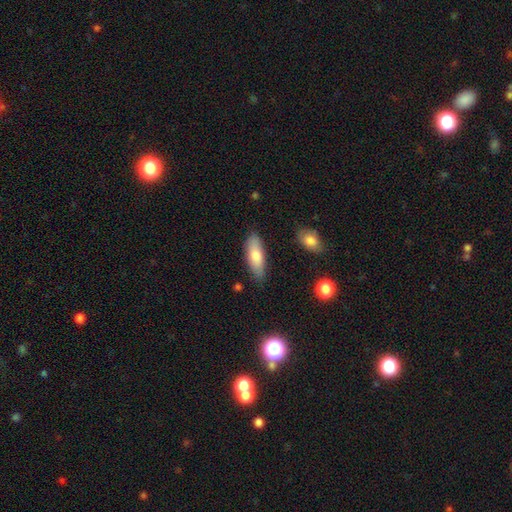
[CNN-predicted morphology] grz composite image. It shows a smooth galaxy with no disk features (77%) that is in between round and cigar-shaped (71%). Merging: none (83%).